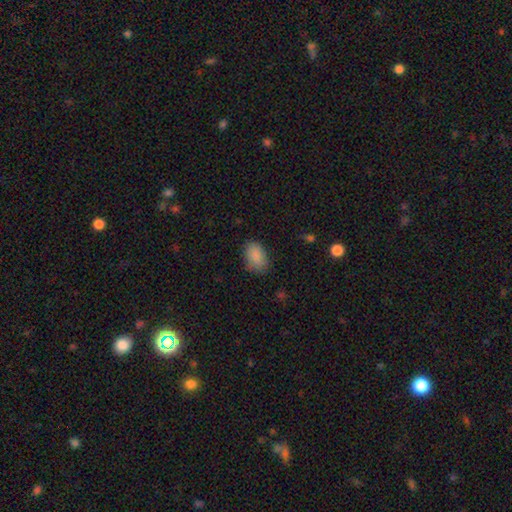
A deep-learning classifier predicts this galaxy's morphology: smooth_or_featured: smooth (p=0.88) [alt: star or artifact p=0.08]
how_rounded: in between (p=0.88) [alt: round p=0.11]
merging: none (p=0.78) [alt: minor disturbance p=0.17]